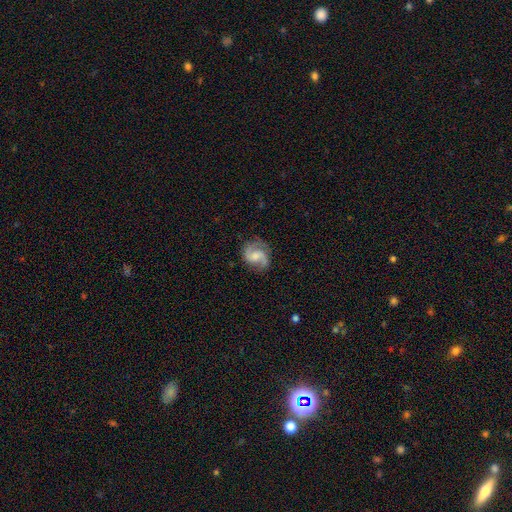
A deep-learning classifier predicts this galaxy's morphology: This is clearly a featured or disk galaxy (84%). It is clearly not viewed edge-on (98%). Bar: possibly no (46%). Spiral arm pattern: clearly yes (97%). Spiral arm count: clearly 2 (90%). Spiral winding: possibly medium (52%). Central bulge: marginally moderate (38%, tied with small). Merging: likely none (76%).